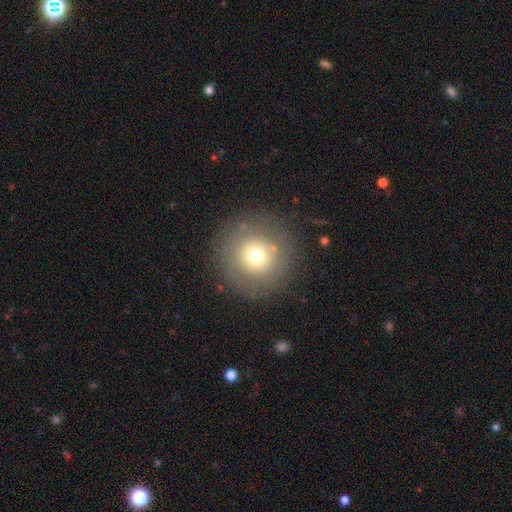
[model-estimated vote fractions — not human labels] Smooth or featured?
  - smooth: 67% *
  - featured or disk: 20%
  - star or artifact: 13%
How rounded?
  - round: 95% *
  - in between: 4%
  - cigar-shaped: 1%
Merging?
  - none: 83% *
  - minor disturbance: 9%
  - major disturbance: 5%
  - merger: 2%